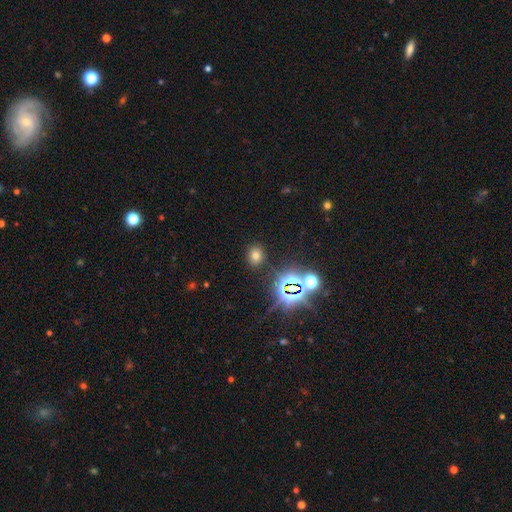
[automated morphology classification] This is likely a smooth galaxy (64%). How rounded: possibly round (58%). Merging: clearly none (86%).